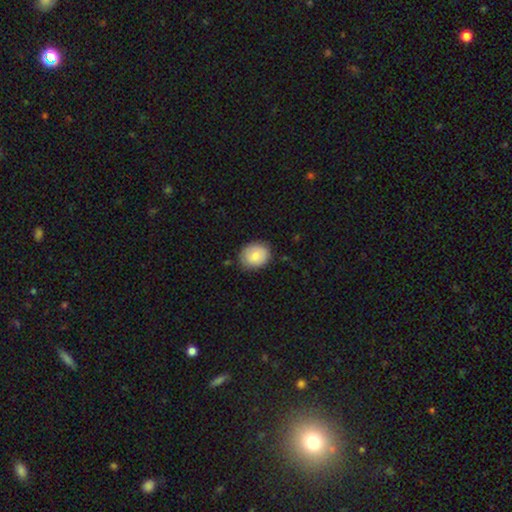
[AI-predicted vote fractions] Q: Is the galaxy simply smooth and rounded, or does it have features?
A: smooth — 81%.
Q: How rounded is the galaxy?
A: round — 59%.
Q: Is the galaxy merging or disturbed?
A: none — 82%.